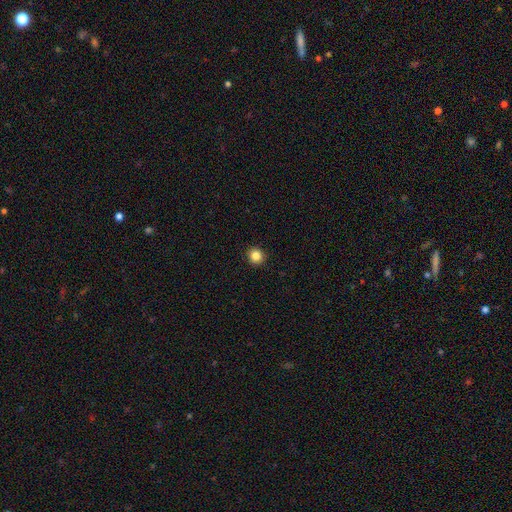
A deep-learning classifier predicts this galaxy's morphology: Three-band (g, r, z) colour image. It shows a smooth galaxy with no disk features (84%) that is round (94%). Merging: none (93%).